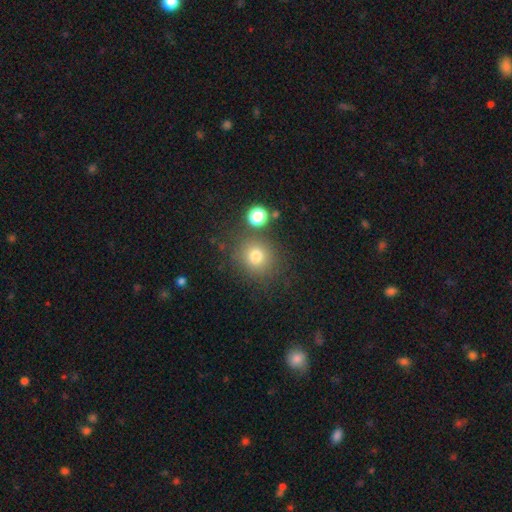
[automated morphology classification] Overall: smooth (76%). How rounded: round (83%). Merging: none (73%).